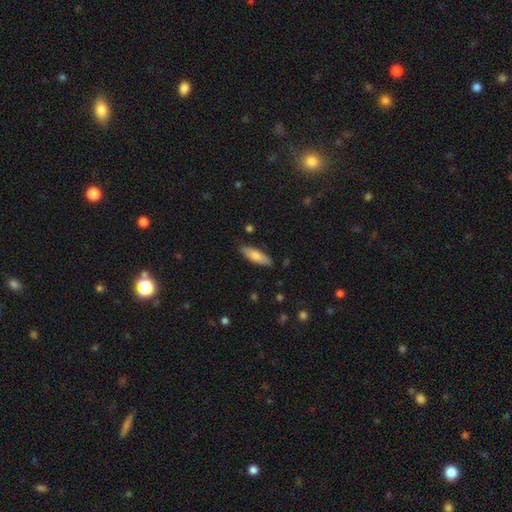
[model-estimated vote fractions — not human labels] Smooth or featured: smooth — 75% (featured or disk — 19%)
How rounded: in between — 50% (cigar-shaped — 48%)
Merging: none — 86% (minor disturbance — 11%)